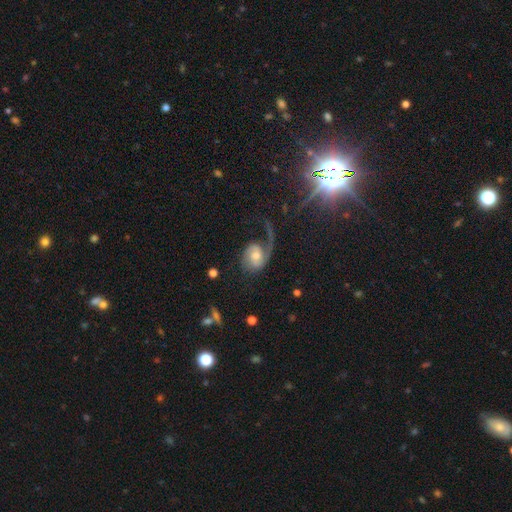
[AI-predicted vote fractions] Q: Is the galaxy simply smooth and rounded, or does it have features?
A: featured or disk — 73%.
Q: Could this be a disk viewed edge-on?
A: no — 97%.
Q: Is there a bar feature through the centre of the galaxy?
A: no — 62%.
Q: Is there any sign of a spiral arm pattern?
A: yes — 92%.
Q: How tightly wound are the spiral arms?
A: loose — 47%.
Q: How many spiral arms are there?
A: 1 — 62%.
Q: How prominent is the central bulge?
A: moderate — 59%.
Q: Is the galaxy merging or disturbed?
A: major disturbance — 44%.